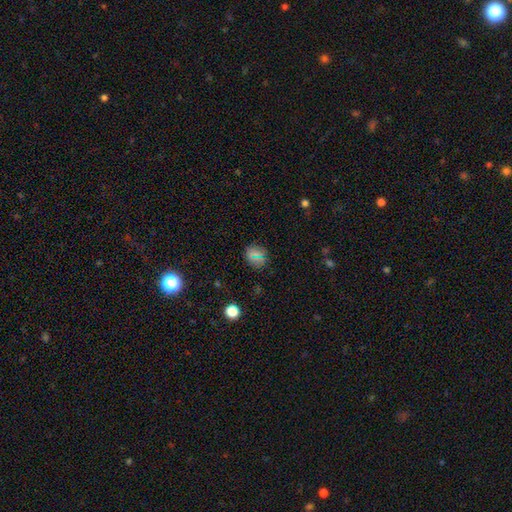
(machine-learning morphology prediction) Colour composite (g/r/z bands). It shows a smooth galaxy with no disk features (65%) that is round (79%). Merging: none (87%).